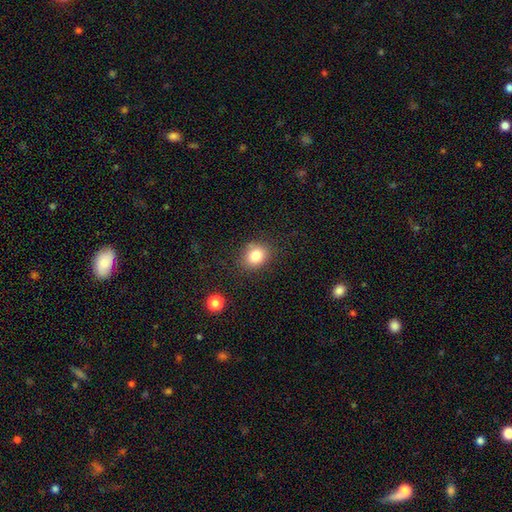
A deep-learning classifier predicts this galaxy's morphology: A smooth galaxy with no disk features (82%) that is round (58%).

Vote fractions:
- Smooth or featured? smooth: 82% / star or artifact: 11% / featured or disk: 7%
- How rounded? round: 58% / in between: 41% / cigar-shaped: 1%
- Merging? none: 80% / minor disturbance: 14% / major disturbance: 4% / merger: 2%